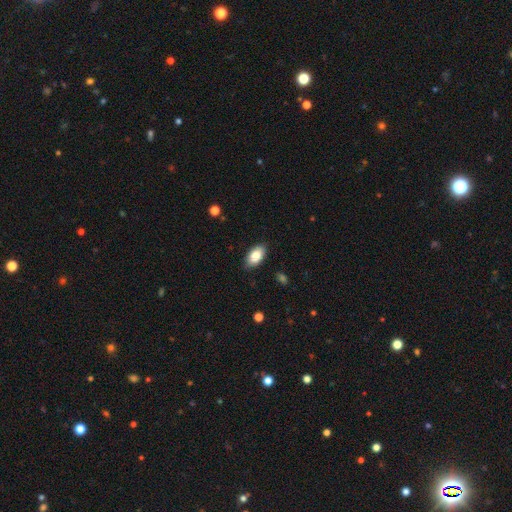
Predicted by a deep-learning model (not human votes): Smooth or featured? Predicted: smooth (p=0.85). How rounded? Predicted: in between (p=0.93). Merging? Predicted: none (p=0.86).